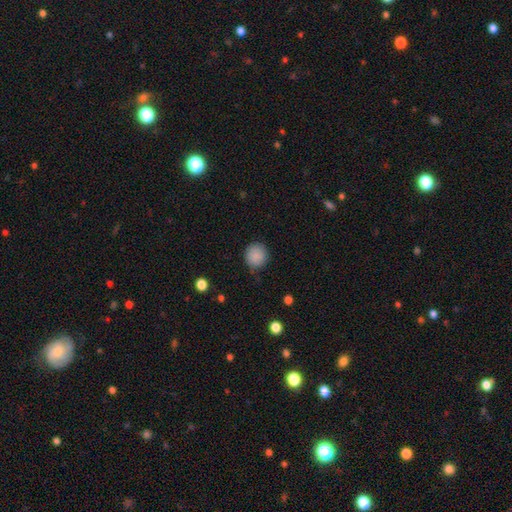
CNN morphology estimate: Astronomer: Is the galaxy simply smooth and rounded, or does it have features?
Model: smooth — 88%.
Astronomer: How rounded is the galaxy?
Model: round — 91%.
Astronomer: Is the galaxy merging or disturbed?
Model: none — 84%.